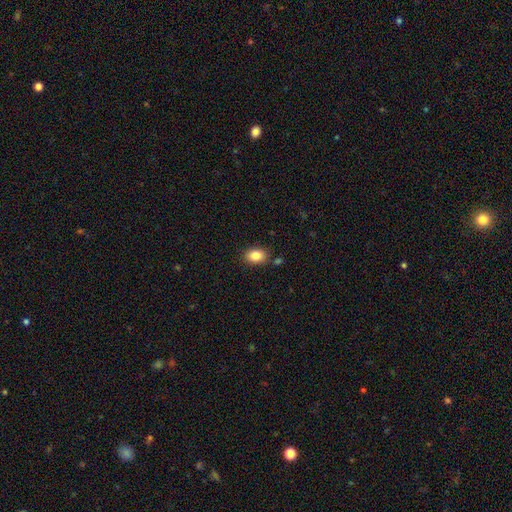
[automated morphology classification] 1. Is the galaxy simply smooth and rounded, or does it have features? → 85% smooth, 9% star or artifact, 6% featured or disk.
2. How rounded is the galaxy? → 78% in between, 20% round, 1% cigar-shaped.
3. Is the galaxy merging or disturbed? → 84% none, 10% minor disturbance, 4% merger, 2% major disturbance.